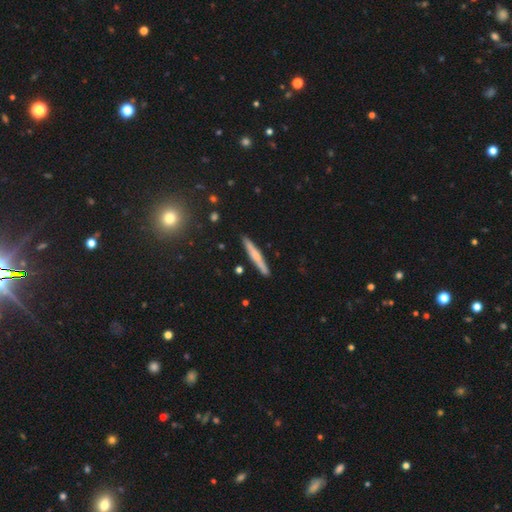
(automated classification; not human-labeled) smooth_or_featured: smooth (p=0.52) [alt: featured or disk p=0.42]
how_rounded: cigar-shaped (p=0.95) [alt: in between p=0.04]
merging: none (p=0.89) [alt: minor disturbance p=0.08]